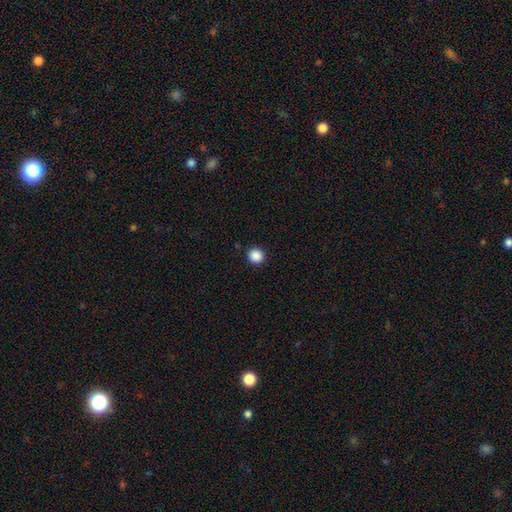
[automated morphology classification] Smooth or featured? smooth (88%)
How rounded? round (94%)
Merging? none (92%)